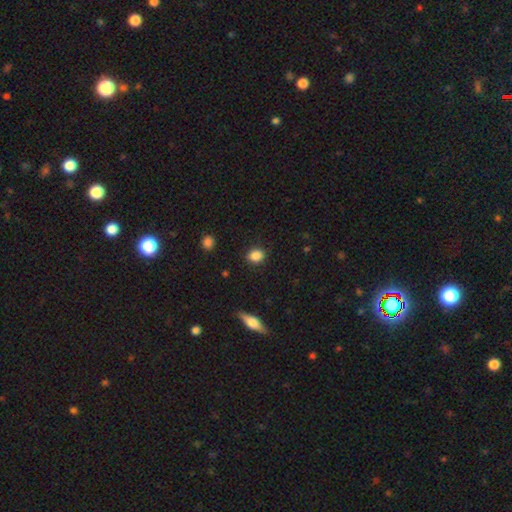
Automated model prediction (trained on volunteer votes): This appears to be a smooth galaxy with no disk features (87%) that is round (53%). Merging: none (88%).